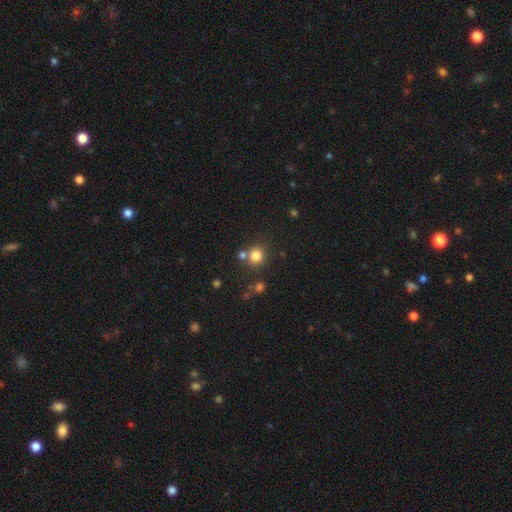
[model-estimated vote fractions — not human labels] Smooth or featured? smooth (80%)
How rounded? round (88%)
Merging? none (67%)